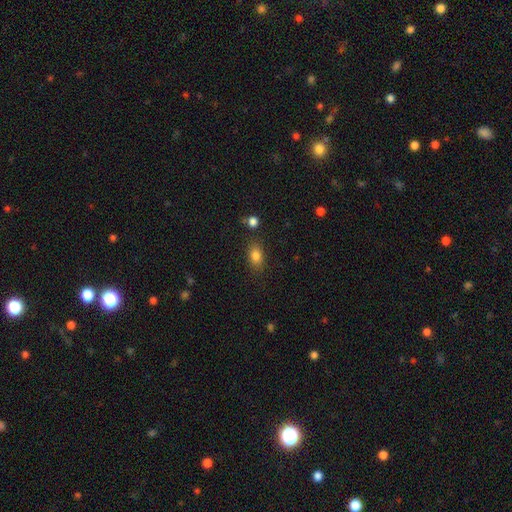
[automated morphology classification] Smooth or featured: smooth — 82% (star or artifact — 10%)
How rounded: in between — 80% (round — 17%)
Merging: none — 81% (minor disturbance — 12%)